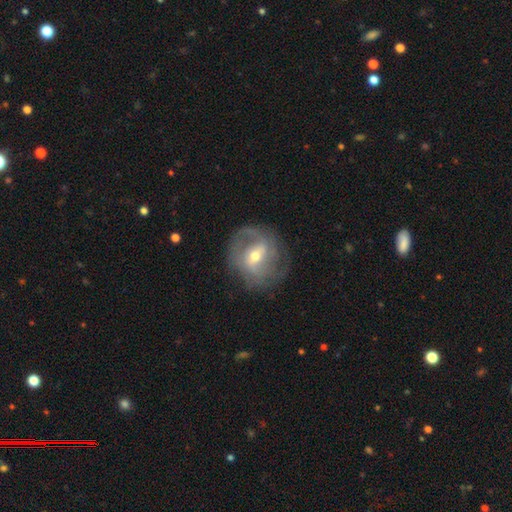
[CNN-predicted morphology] Smooth or featured?
  - featured or disk: 77% *
  - smooth: 16%
  - star or artifact: 7%
Edge-on disk?
  - no: 96% *
  - yes: 4%
Bar?
  - weak: 47% *
  - strong: 30%
  - no: 23%
Spiral arms?
  - yes: 85% *
  - no: 15%
Spiral winding?
  - medium: 43% *
  - tight: 32%
  - loose: 24%
Spiral arm count?
  - 2: 57% *
  - can't tell: 22%
  - 3: 9%
  - 1: 6%
  - 4: 3%
  - more than 4: 2%
Bulge size?
  - moderate: 54% *
  - small: 41%
  - large: 3%
  - none: 1%
  - dominant: 1%
Merging?
  - none: 70% *
  - minor disturbance: 17%
  - major disturbance: 11%
  - merger: 1%